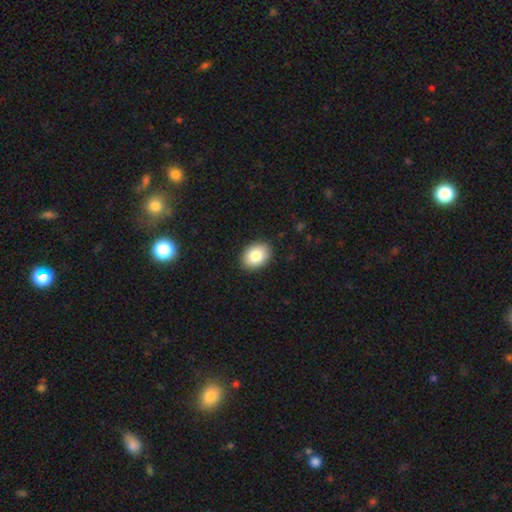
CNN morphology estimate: type=smooth (85%); roundness=in between (70%); merging=none (90%).